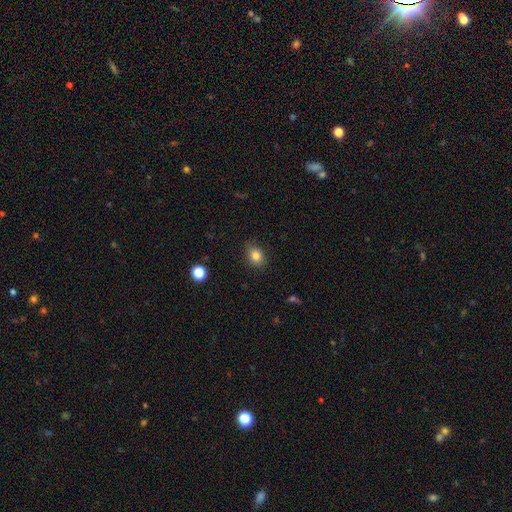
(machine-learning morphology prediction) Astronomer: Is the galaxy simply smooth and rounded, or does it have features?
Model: smooth — 83%.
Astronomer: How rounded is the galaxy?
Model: in between — 61% (runner-up: round, 38%).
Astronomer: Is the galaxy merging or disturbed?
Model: none — 82%.